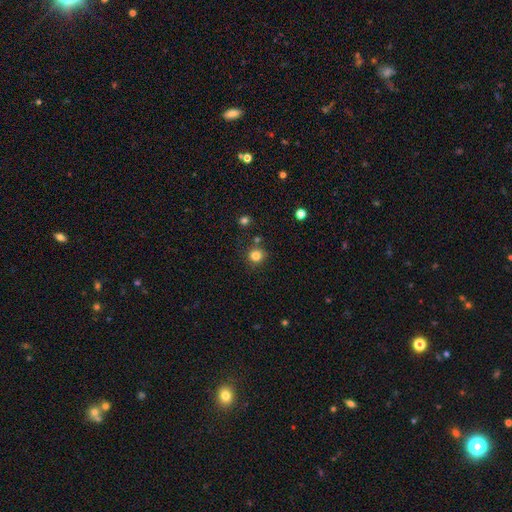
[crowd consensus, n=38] Smooth or featured? smooth (87%)
How rounded? round (91%)
Merging? none (89%)